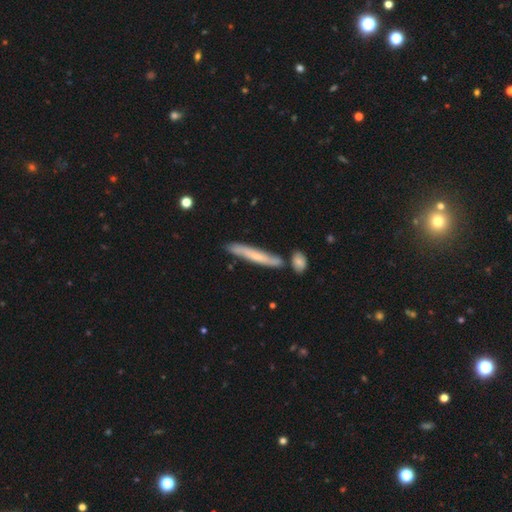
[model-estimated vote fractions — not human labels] smooth_or_featured: smooth (p=0.52) [alt: featured or disk p=0.42]
how_rounded: cigar-shaped (p=0.94) [alt: in between p=0.05]
merging: none (p=0.73) [alt: minor disturbance p=0.14]